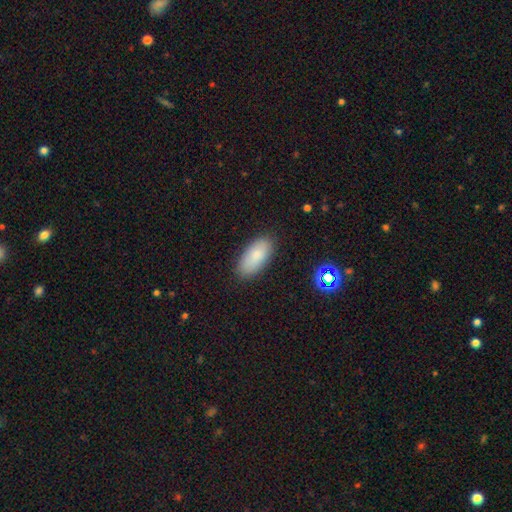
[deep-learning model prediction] smooth-or-featured: smooth: 83% | featured or disk: 9% | star or artifact: 8%
  how-rounded: in between: 90% | cigar-shaped: 7% | round: 2%
  merging: none: 85% | minor disturbance: 11% | major disturbance: 3% | merger: 1%